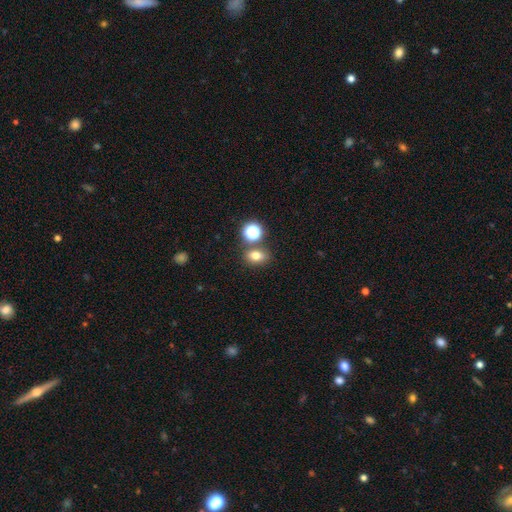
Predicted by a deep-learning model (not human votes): A smooth galaxy with no disk features (74%) that is in between round and cigar-shaped (63%).

Vote fractions:
- Smooth or featured? smooth: 74% / star or artifact: 17% / featured or disk: 9%
- How rounded? in between: 63% / round: 35% / cigar-shaped: 2%
- Merging? none: 70% / merger: 16% / minor disturbance: 11% / major disturbance: 3%